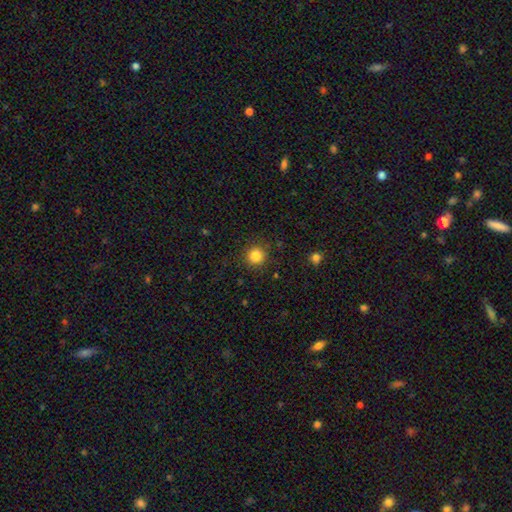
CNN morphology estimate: Overall: smooth (85%). How rounded: round (93%). Merging: none (90%).